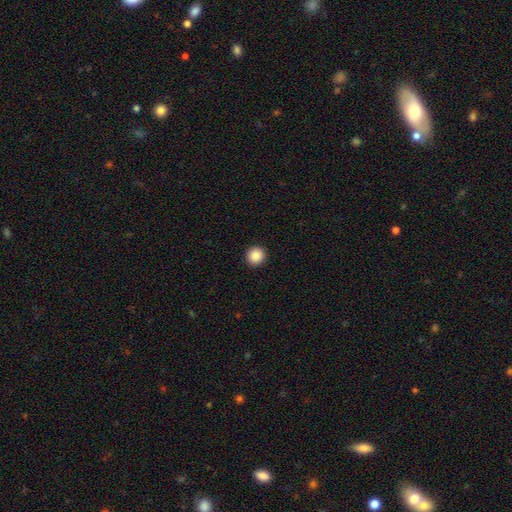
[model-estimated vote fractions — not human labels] A smooth galaxy with no disk features (88%) that is round (94%).

Vote fractions:
- Smooth or featured? smooth: 88% / star or artifact: 9% / featured or disk: 3%
- How rounded? round: 94% / in between: 5% / cigar-shaped: 1%
- Merging? none: 94% / minor disturbance: 4% / major disturbance: 1% / merger: 1%